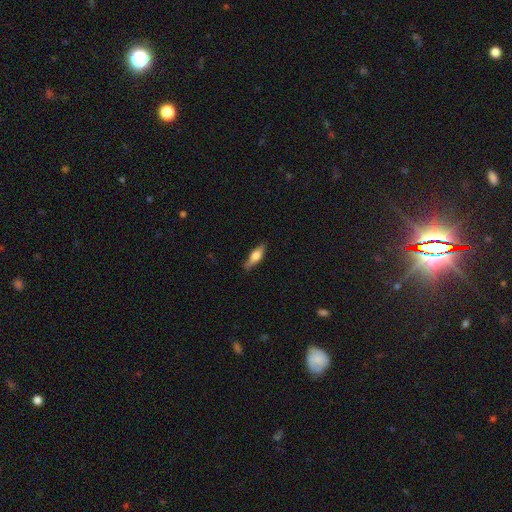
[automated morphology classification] A smooth galaxy with no disk features (55%) that is cigar-shaped (52%).

Vote fractions:
- Smooth or featured? smooth: 55% / featured or disk: 39% / star or artifact: 6%
- How rounded? cigar-shaped: 52% / in between: 45% / round: 3%
- Merging? none: 83% / minor disturbance: 13% / major disturbance: 3% / merger: 1%